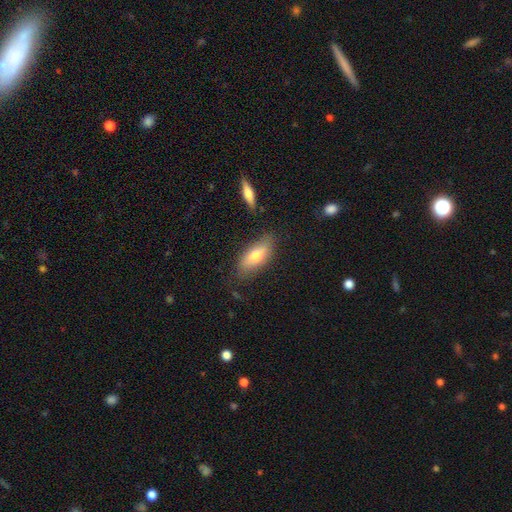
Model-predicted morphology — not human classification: smooth_or_featured: smooth (p=0.73) [alt: featured or disk p=0.20]
how_rounded: in between (p=0.81) [alt: cigar-shaped p=0.17]
merging: none (p=0.75) [alt: minor disturbance p=0.18]